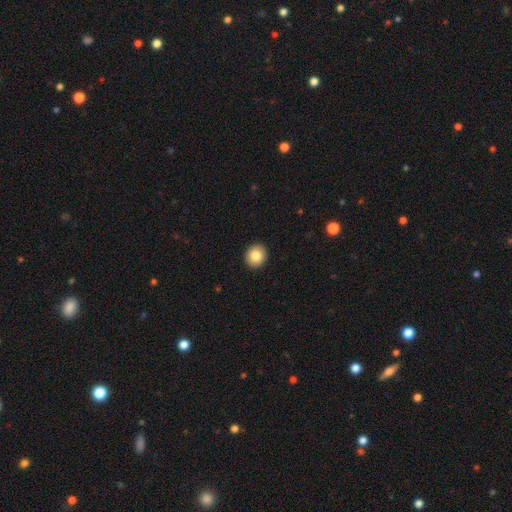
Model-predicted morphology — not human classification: Overall: smooth (85%). How rounded: round (83%). Merging: none (93%).